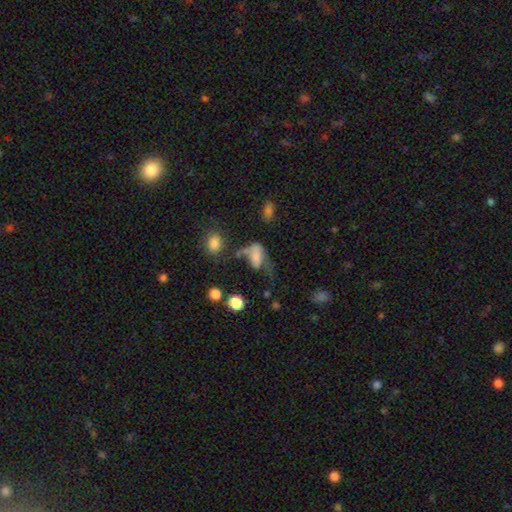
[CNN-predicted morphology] smooth_or_featured: smooth (p=0.60) [alt: featured or disk p=0.26]
how_rounded: in between (p=0.84) [alt: round p=0.10]
merging: major disturbance (p=0.43) [alt: merger p=0.23]